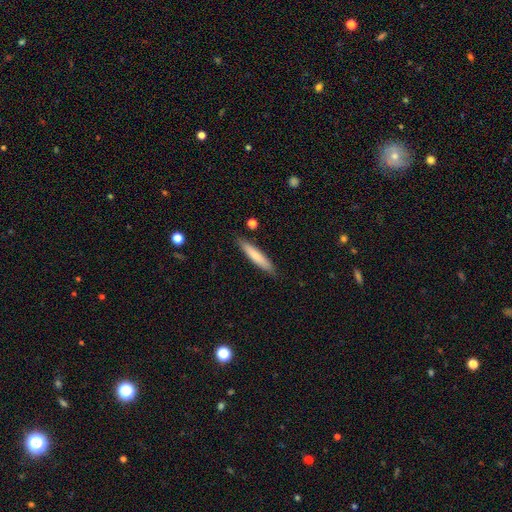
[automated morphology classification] Q: Smooth or featured?
A: smooth (72%); runner-up: featured or disk (23%)
Q: How rounded?
A: cigar-shaped (90%); runner-up: in between (9%)
Q: Merging?
A: none (87%); runner-up: minor disturbance (10%)